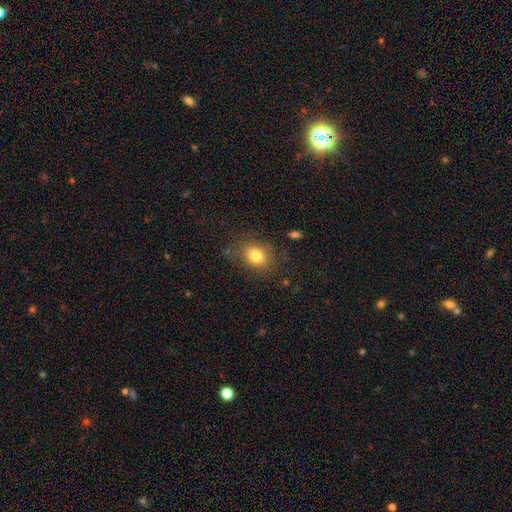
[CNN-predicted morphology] smooth 78%, star or artifact 11%, featured or disk 10%. Down the decision tree: how rounded — in between (53%); merging — none (76%).